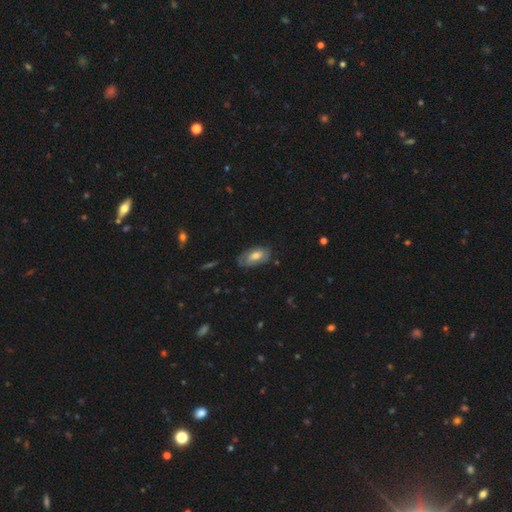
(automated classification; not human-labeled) smooth 59%, featured or disk 33%, star or artifact 9%. Down the decision tree: how rounded — in between (90%); merging — none (68%).